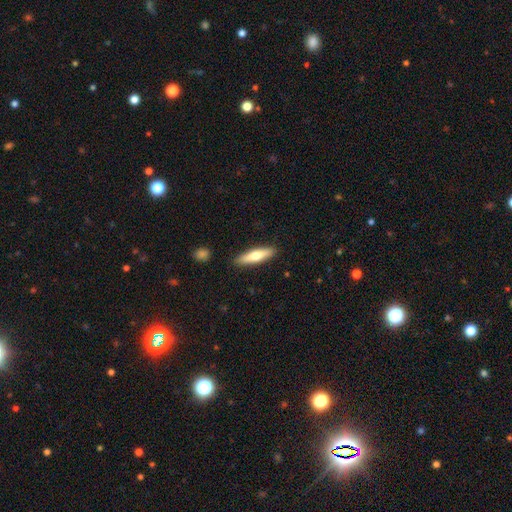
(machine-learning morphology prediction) Q: Smooth or featured?
A: smooth (60%); runner-up: featured or disk (34%)
Q: How rounded?
A: cigar-shaped (74%); runner-up: in between (24%)
Q: Merging?
A: none (88%); runner-up: minor disturbance (8%)